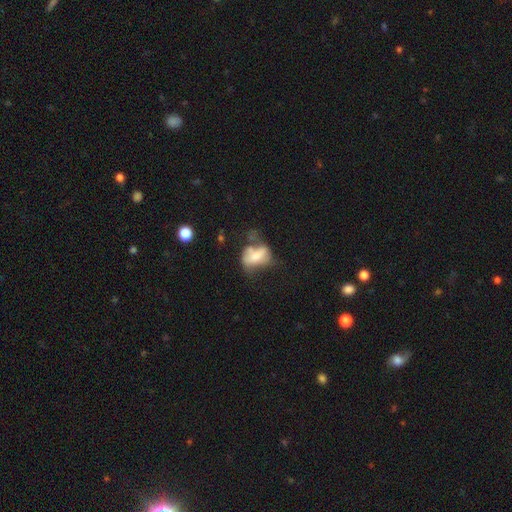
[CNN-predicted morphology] Smooth or featured: smooth — 52% (featured or disk — 37%)
How rounded: in between — 81% (round — 15%)
Merging: major disturbance — 31% (none — 25%)